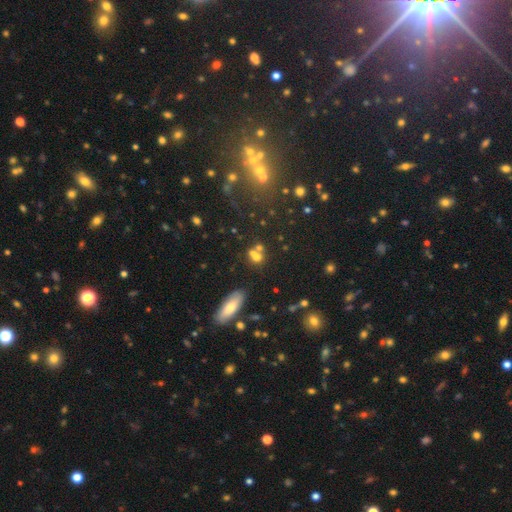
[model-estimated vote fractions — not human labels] Smooth or featured: smooth — 61% (star or artifact — 21%)
How rounded: round — 62% (in between — 34%)
Merging: merger — 43% (tied with none — 43%)